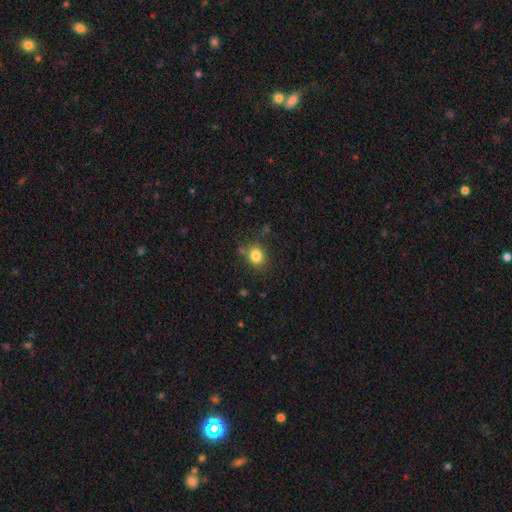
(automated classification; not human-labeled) A smooth galaxy with no disk features (82%) that is round (70%).

Vote fractions:
- Smooth or featured? smooth: 82% / star or artifact: 11% / featured or disk: 6%
- How rounded? round: 70% / in between: 29% / cigar-shaped: 1%
- Merging? none: 75% / minor disturbance: 14% / merger: 6% / major disturbance: 4%